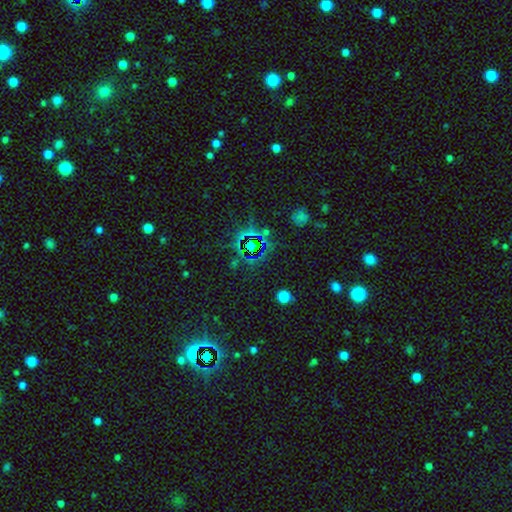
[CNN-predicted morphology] This is likely a star or artifact rather than a galaxy (73%).